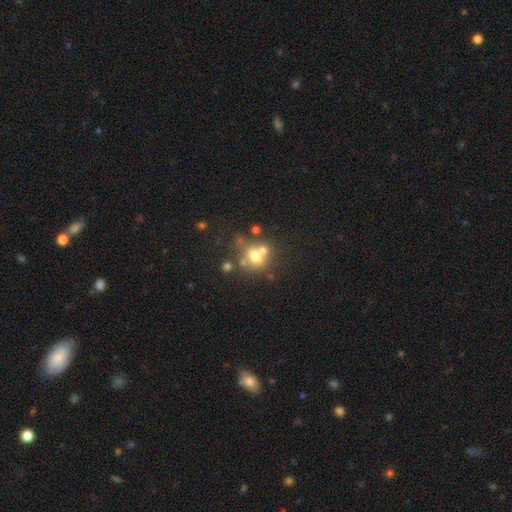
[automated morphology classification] smooth 63%, featured or disk 21%, star or artifact 16%. Down the decision tree: how rounded — round (73%); merging — none (45%).